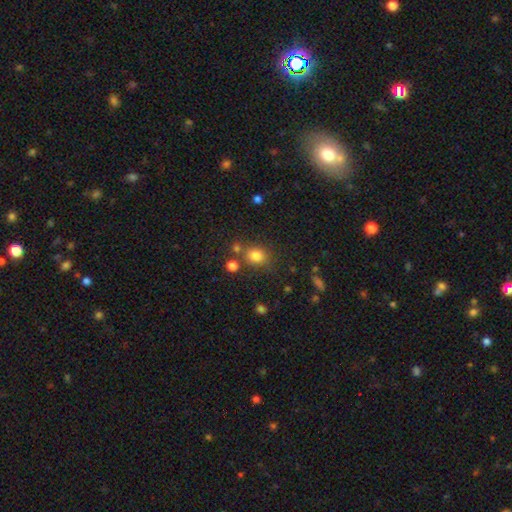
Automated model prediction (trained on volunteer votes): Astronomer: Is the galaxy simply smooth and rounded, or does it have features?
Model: smooth — 80%.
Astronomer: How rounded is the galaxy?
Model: round — 70%.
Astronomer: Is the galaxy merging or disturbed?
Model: none — 71%.